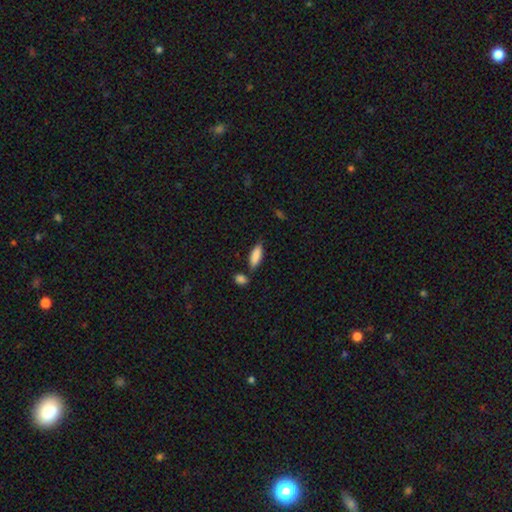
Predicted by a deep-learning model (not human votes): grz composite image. It shows a smooth galaxy with no disk features (87%) that is in between round and cigar-shaped (62%). Merging: none (72%).